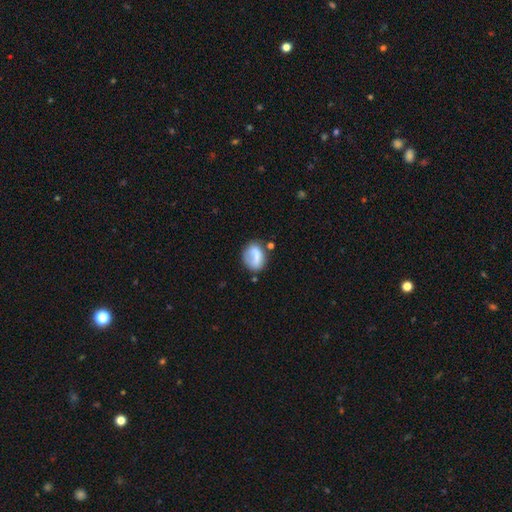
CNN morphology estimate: The model was most divided on "how rounded": in between: 56%, round: 42%, cigar-shaped: 2%. More confident: smooth or featured — smooth (69%); merging — none (51%).